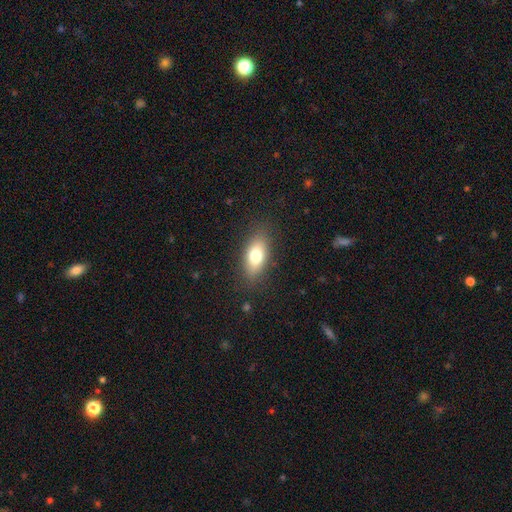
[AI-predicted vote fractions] This is likely a smooth galaxy (75%). How rounded: clearly in between (83%). Merging: clearly none (84%).